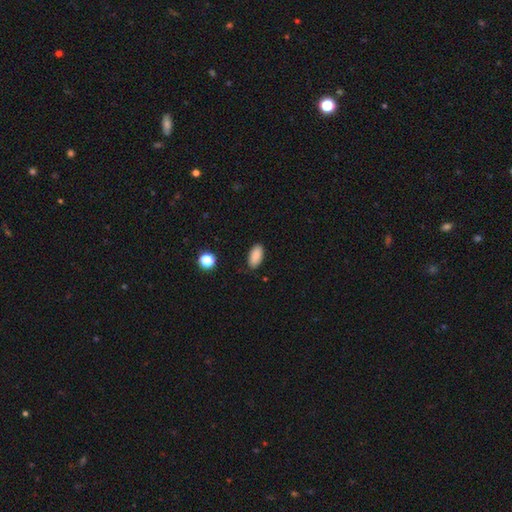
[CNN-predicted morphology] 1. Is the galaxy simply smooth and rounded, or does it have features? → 88% smooth, 8% star or artifact, 4% featured or disk.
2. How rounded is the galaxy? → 92% in between, 5% cigar-shaped, 3% round.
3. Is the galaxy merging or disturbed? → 84% none, 12% minor disturbance, 2% major disturbance, 1% merger.